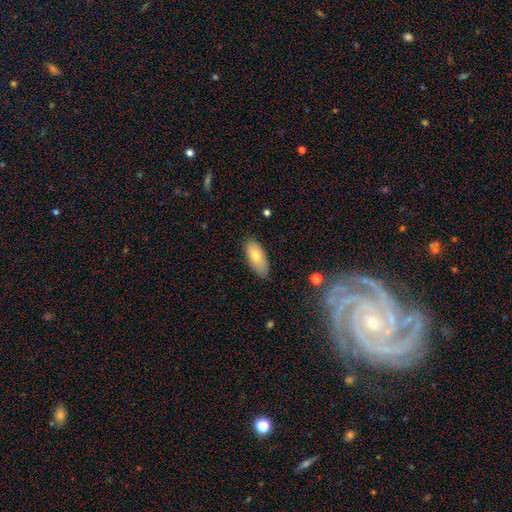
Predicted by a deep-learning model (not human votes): This is likely a smooth galaxy (73%). How rounded: clearly in between (86%). Merging: clearly none (81%).